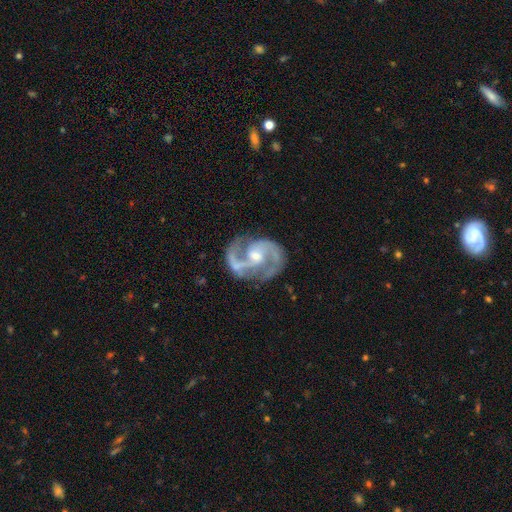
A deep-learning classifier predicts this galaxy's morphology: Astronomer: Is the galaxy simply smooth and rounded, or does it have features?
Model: featured or disk — 92%.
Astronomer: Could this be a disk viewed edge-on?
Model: no — 98%.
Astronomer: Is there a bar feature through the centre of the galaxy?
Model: weak — 43% (runner-up: no, 40%).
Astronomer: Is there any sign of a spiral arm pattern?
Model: yes — 98%.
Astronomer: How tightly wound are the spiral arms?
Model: medium — 62%.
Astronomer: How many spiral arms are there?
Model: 2 — 90%.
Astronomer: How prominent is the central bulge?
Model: moderate — 53% (runner-up: small, 40%).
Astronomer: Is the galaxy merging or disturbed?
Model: none — 74%.